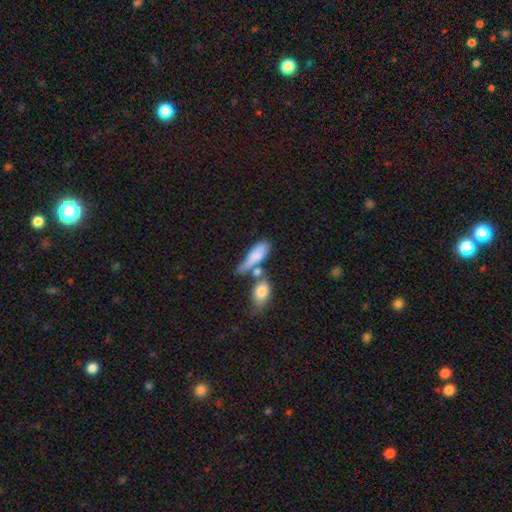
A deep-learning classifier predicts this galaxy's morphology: A smooth galaxy with no disk features (75%) that is in between round and cigar-shaped (66%).

Vote fractions:
- Smooth or featured? smooth: 75% / featured or disk: 18% / star or artifact: 7%
- How rounded? in between: 66% / cigar-shaped: 29% / round: 5%
- Merging? merger: 38% / none: 30% / minor disturbance: 19% / major disturbance: 12%